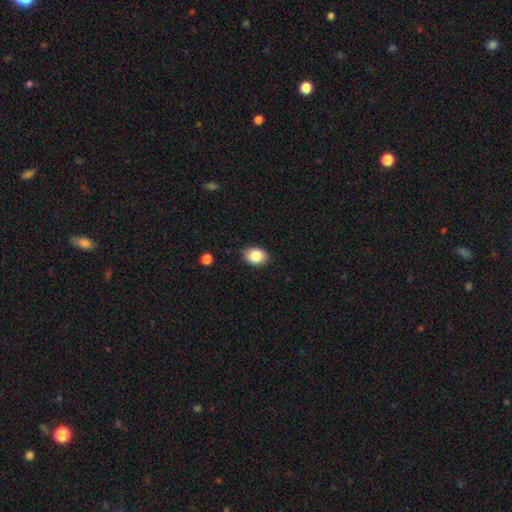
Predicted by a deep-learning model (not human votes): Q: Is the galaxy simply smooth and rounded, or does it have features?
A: smooth — 85%.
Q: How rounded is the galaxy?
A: in between — 71%.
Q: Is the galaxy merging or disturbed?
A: none — 85%.